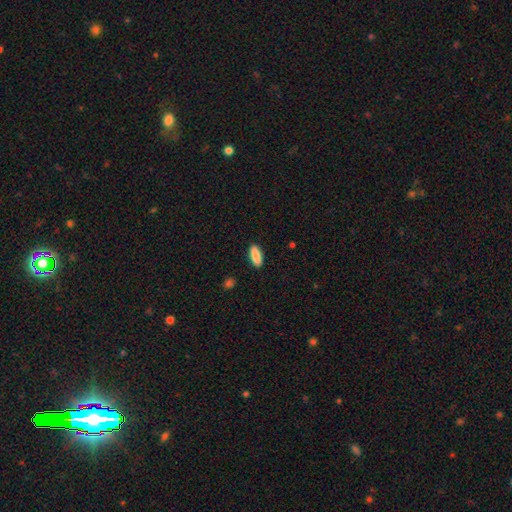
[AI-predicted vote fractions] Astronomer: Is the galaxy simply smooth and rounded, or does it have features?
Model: smooth — 88%.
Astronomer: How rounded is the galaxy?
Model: in between — 74%.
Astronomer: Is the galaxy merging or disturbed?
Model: none — 90%.